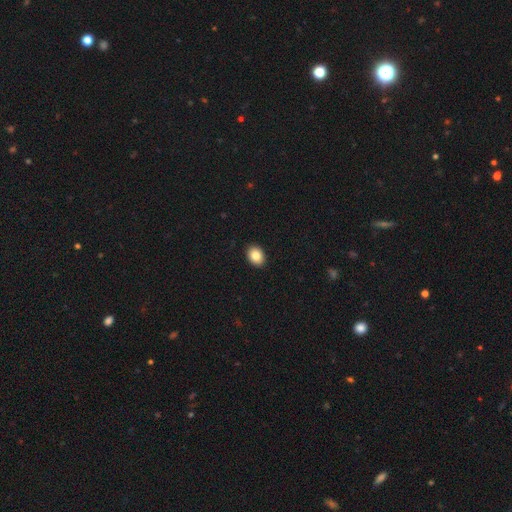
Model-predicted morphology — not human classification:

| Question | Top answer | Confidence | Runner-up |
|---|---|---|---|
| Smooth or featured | smooth | 85% | star or artifact (8%) |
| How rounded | in between | 67% | round (32%) |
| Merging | none | 92% | minor disturbance (6%) |